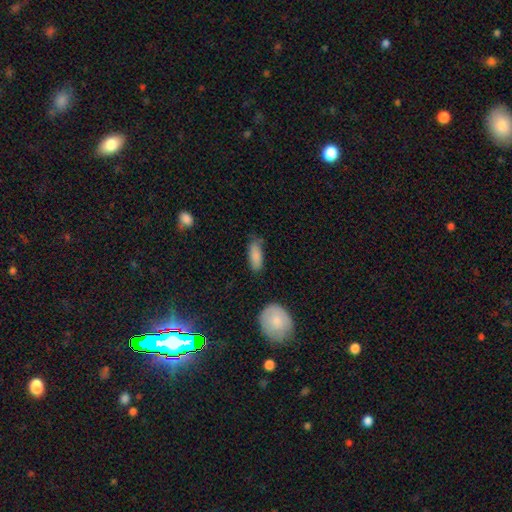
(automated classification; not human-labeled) Smooth or featured? smooth (86%)
How rounded? in between (75%)
Merging? none (68%)